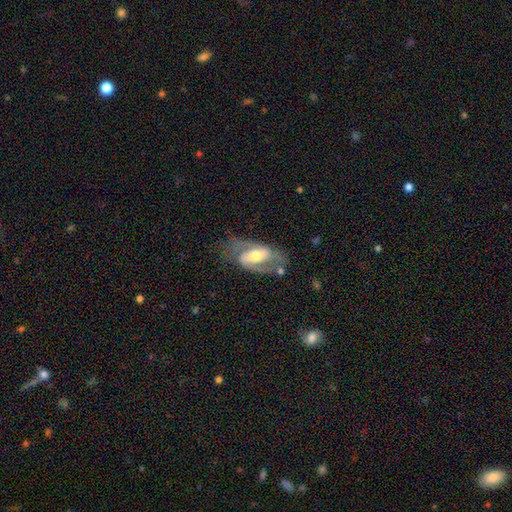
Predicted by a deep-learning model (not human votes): Overall: featured or disk (79%). Edge-on disk: no (94%). Bar: weak (39%; strong 35%). Spiral arms: yes (86%). Spiral arm count: 2 (84%). Spiral winding: medium (50%; loose 30%). Bulge size: moderate (65%). Merging: none (57%; minor disturbance 23%).